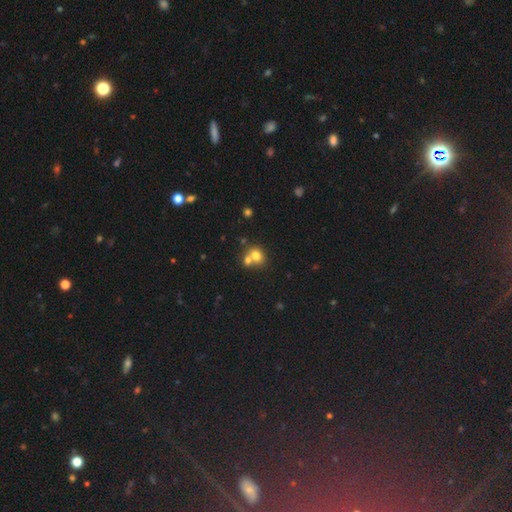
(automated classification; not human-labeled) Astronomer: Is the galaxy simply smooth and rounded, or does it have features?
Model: smooth — 73%.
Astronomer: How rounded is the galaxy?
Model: round — 62% (runner-up: in between, 37%).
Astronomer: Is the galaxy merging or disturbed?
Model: merger — 50% (runner-up: none, 39%).